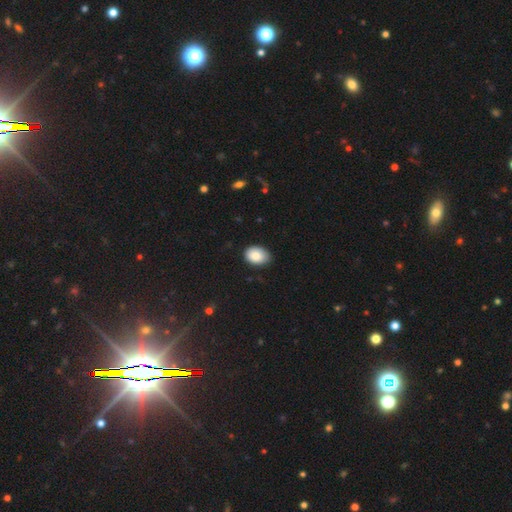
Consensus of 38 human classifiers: Overall: smooth (87%). How rounded: in between (76%). Merging: none (86%).